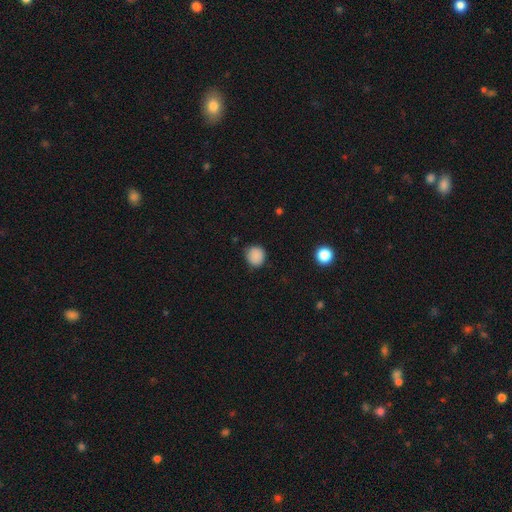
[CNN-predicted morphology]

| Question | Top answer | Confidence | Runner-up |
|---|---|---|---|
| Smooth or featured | smooth | 87% | star or artifact (10%) |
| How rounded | round | 87% | in between (12%) |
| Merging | none | 81% | minor disturbance (15%) |